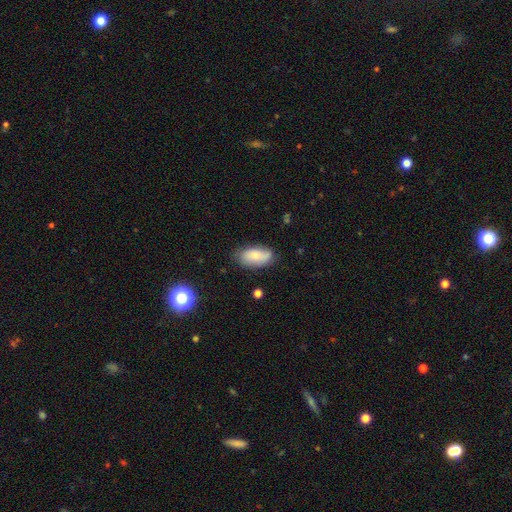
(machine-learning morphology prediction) smooth-or-featured: smooth: 67% | featured or disk: 25% | star or artifact: 8%
  how-rounded: in between: 92% | cigar-shaped: 4% | round: 4%
  merging: none: 71% | minor disturbance: 22% | major disturbance: 5% | merger: 2%